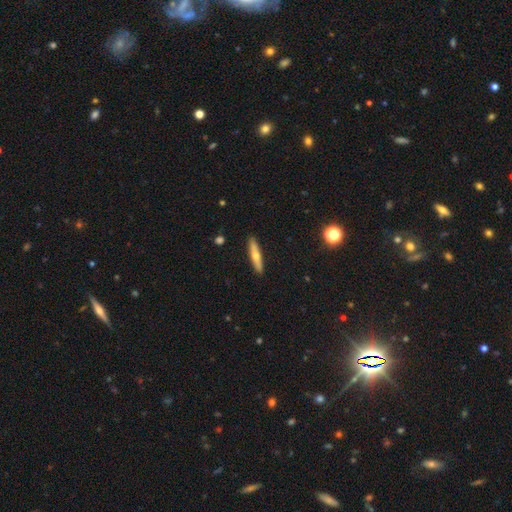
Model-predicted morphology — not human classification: This appears to be a smooth galaxy with no disk features (47%, tied with featured or disk). Merging: none (90%).